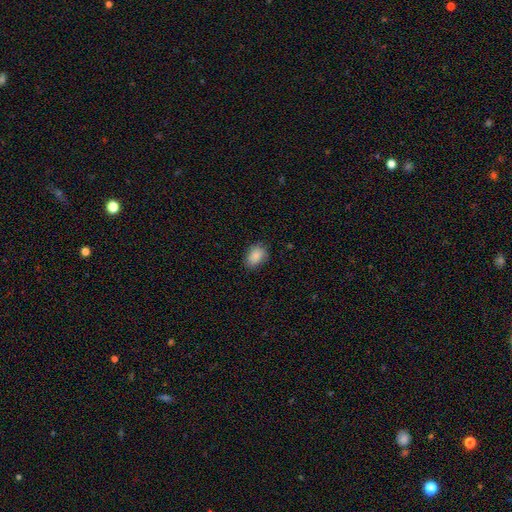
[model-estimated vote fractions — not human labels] Smooth or featured?
  - smooth: 89% *
  - star or artifact: 7%
  - featured or disk: 4%
How rounded?
  - in between: 83% *
  - round: 15%
  - cigar-shaped: 1%
Merging?
  - none: 82% *
  - minor disturbance: 14%
  - major disturbance: 3%
  - merger: 1%